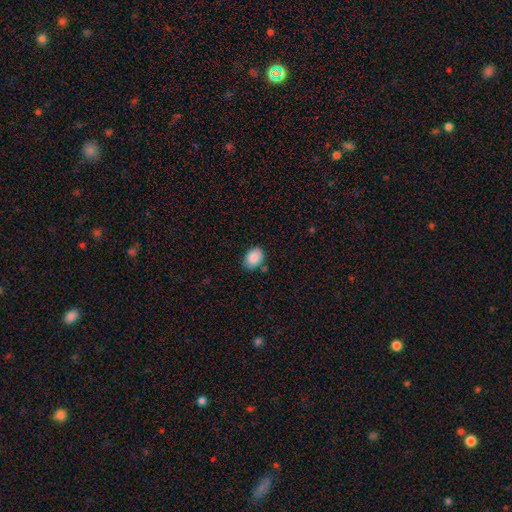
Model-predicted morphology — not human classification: The model was most divided on "how rounded": in between: 71%, round: 28%, cigar-shaped: 1%. More confident: smooth or featured — smooth (88%); merging — none (79%).